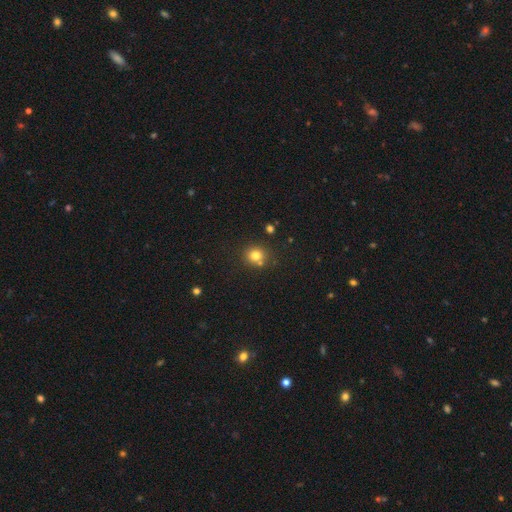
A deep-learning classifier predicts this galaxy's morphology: smooth 78%, star or artifact 14%, featured or disk 8%. Down the decision tree: how rounded — round (85%); merging — none (72%).